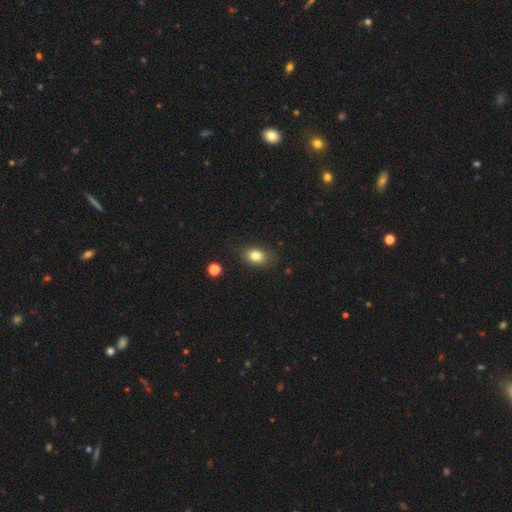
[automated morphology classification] This appears to be a smooth galaxy with no disk features (81%) that is in between round and cigar-shaped (76%). Merging: none (80%).